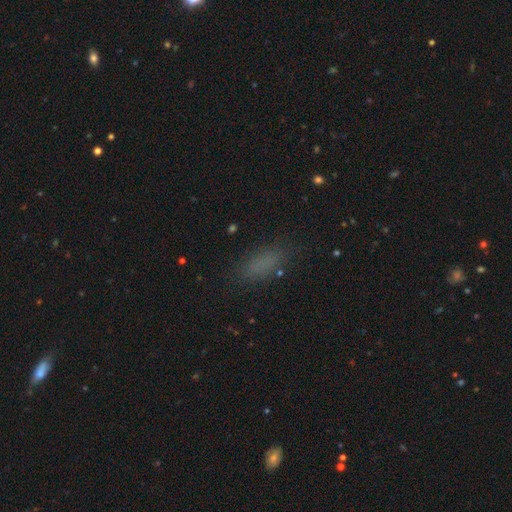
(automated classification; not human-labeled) Smooth or featured? Predicted: smooth (p=0.76). How rounded? Predicted: in between (p=0.64). Merging? Predicted: none (p=0.79).